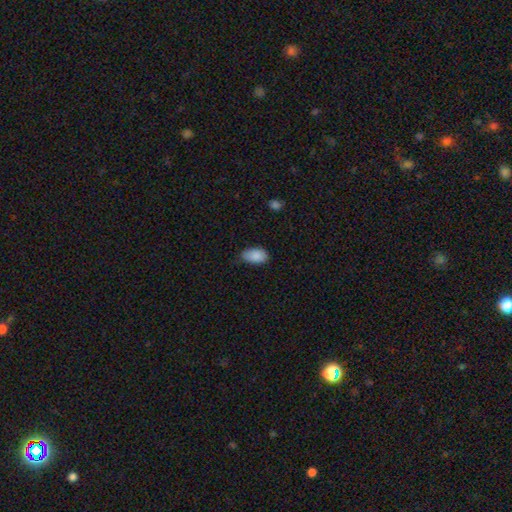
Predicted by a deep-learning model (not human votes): Q: Smooth or featured?
A: smooth (88%); runner-up: star or artifact (7%)
Q: How rounded?
A: in between (93%); runner-up: round (6%)
Q: Merging?
A: none (61%); runner-up: minor disturbance (33%)